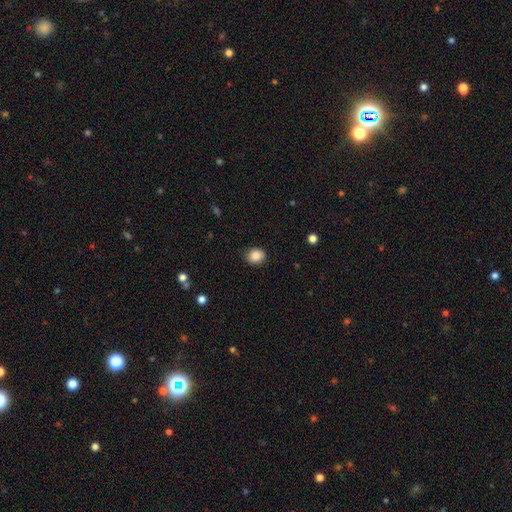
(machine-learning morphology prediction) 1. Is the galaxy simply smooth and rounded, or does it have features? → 87% smooth, 9% star or artifact, 4% featured or disk.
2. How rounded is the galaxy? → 68% round, 32% in between, 1% cigar-shaped.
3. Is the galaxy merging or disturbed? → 86% none, 10% minor disturbance, 3% major disturbance, 1% merger.